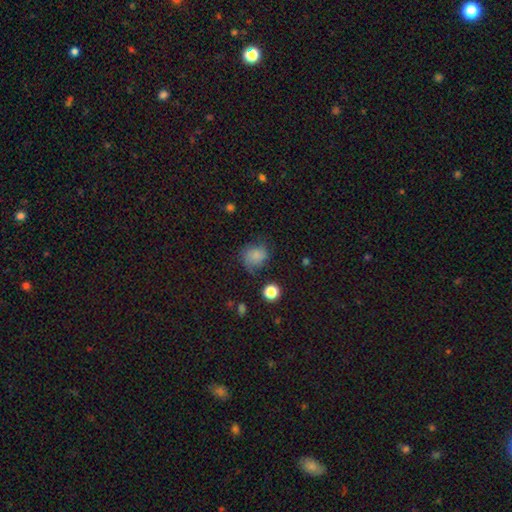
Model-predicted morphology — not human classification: smooth-or-featured: smooth: 75% | featured or disk: 13% | star or artifact: 12%
  how-rounded: round: 69% | in between: 30% | cigar-shaped: 1%
  merging: none: 59% | minor disturbance: 27% | major disturbance: 12% | merger: 2%